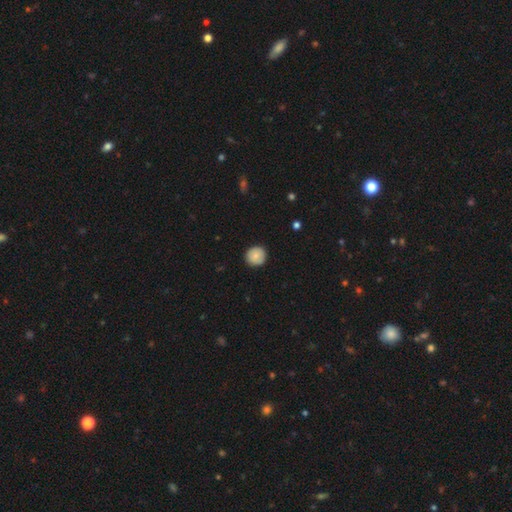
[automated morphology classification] smooth_or_featured: smooth (p=0.83) [alt: featured or disk p=0.10]
how_rounded: round (p=0.93) [alt: in between p=0.06]
merging: none (p=0.89) [alt: minor disturbance p=0.08]